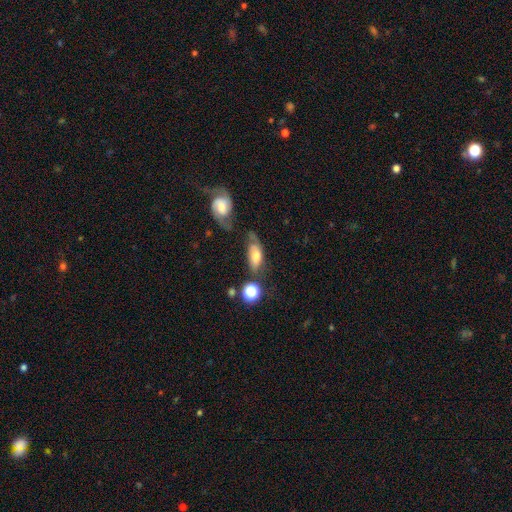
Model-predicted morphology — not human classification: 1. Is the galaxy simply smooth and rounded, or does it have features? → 56% smooth, 34% featured or disk, 10% star or artifact.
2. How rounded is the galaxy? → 81% in between, 12% cigar-shaped, 7% round.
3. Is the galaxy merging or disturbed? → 36% none, 25% minor disturbance, 23% major disturbance, 17% merger.